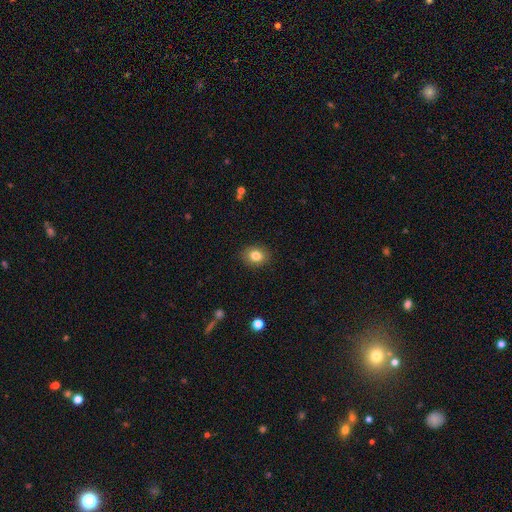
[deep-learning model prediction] smooth 82%, star or artifact 10%, featured or disk 8%. Down the decision tree: how rounded — round (50%); merging — none (89%).